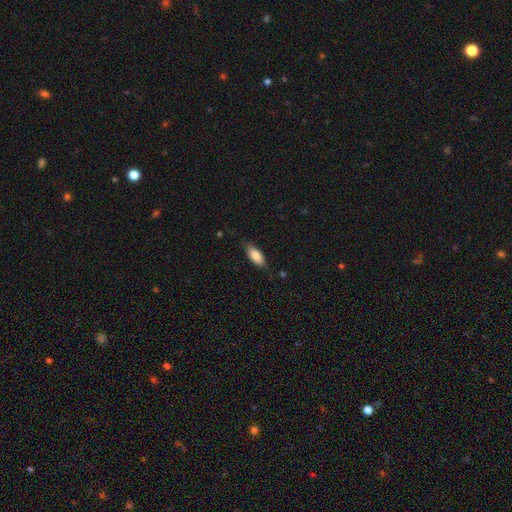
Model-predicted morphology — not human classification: A smooth galaxy with no disk features (82%) that is in between round and cigar-shaped (82%).

Vote fractions:
- Smooth or featured? smooth: 82% / featured or disk: 12% / star or artifact: 6%
- How rounded? in between: 82% / cigar-shaped: 16% / round: 2%
- Merging? none: 76% / minor disturbance: 19% / major disturbance: 3% / merger: 1%